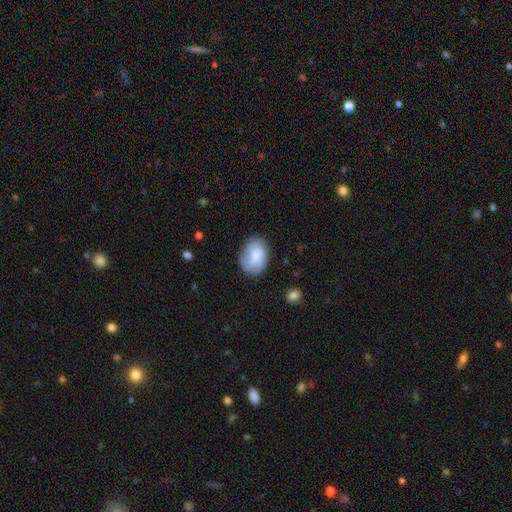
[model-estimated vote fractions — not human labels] Q: Smooth or featured?
A: smooth (69%); runner-up: featured or disk (24%)
Q: How rounded?
A: in between (76%); runner-up: round (23%)
Q: Merging?
A: none (73%); runner-up: minor disturbance (20%)